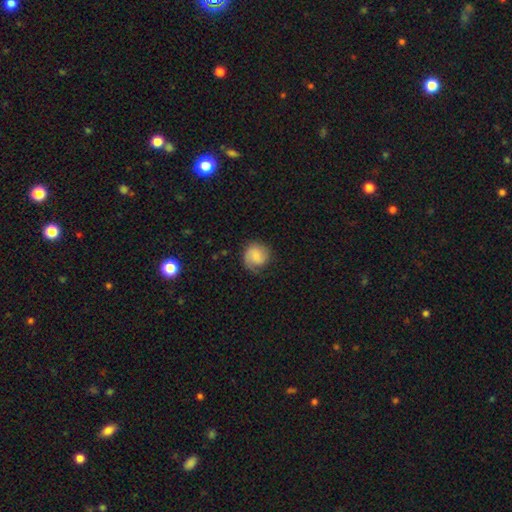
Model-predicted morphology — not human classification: Smooth or featured: smooth — 53% (featured or disk — 39%)
How rounded: round — 85% (in between — 14%)
Merging: none — 71% (minor disturbance — 19%)